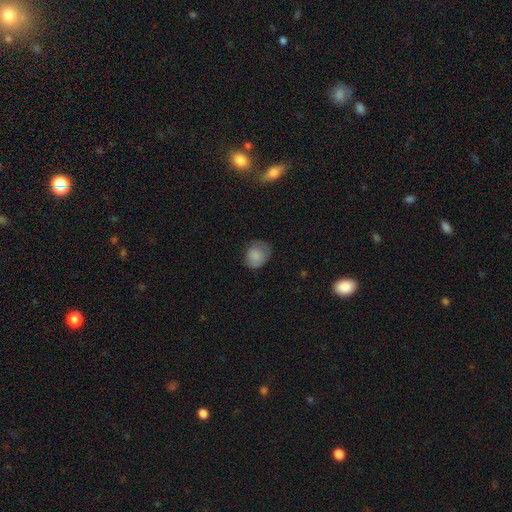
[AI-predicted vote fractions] A smooth galaxy with no disk features (83%) that is round (65%). Merging: none (61%).